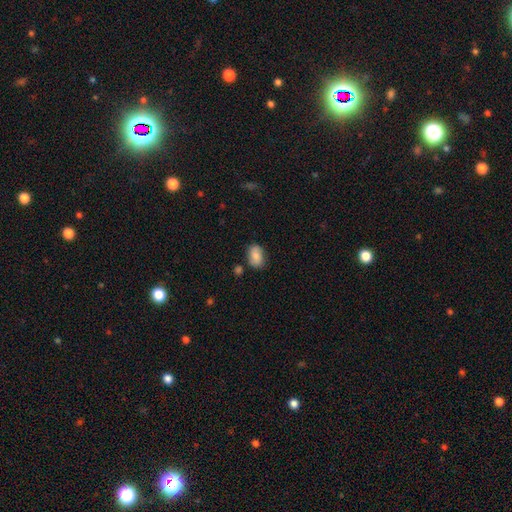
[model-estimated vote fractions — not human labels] smooth 79%, featured or disk 13%, star or artifact 8%. Down the decision tree: how rounded — in between (85%); merging — none (75%).